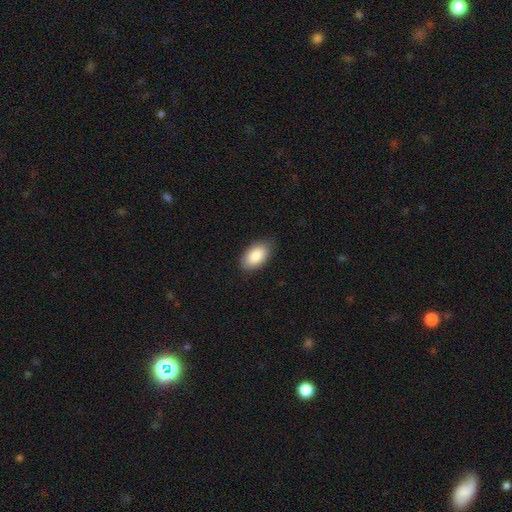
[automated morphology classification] Overall: smooth (88%). How rounded: in between (95%). Merging: none (85%).